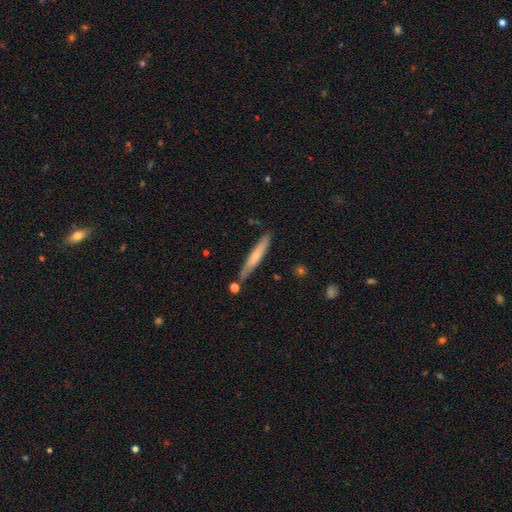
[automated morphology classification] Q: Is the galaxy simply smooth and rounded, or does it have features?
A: smooth — 54%.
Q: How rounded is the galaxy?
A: cigar-shaped — 92%.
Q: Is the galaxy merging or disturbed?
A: none — 74%.